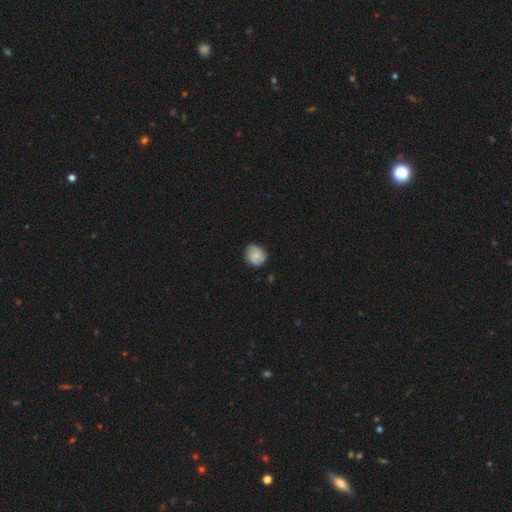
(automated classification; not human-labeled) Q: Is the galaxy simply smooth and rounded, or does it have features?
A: smooth — 74%.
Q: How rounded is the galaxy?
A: round — 77%.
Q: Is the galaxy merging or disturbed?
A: none — 79%.